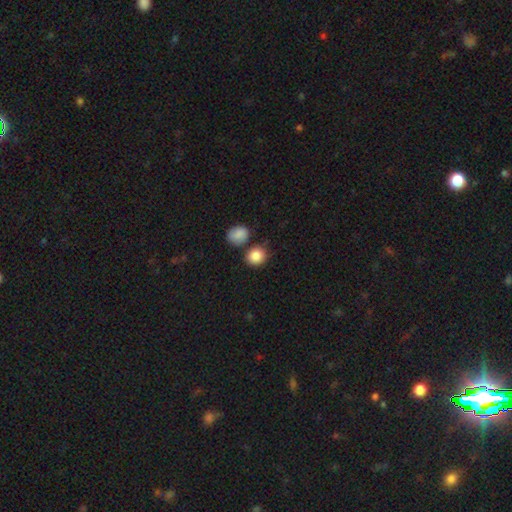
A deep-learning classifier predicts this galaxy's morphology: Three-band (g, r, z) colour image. It shows a smooth galaxy with no disk features (87%) that is round (71%). Merging: none (73%).